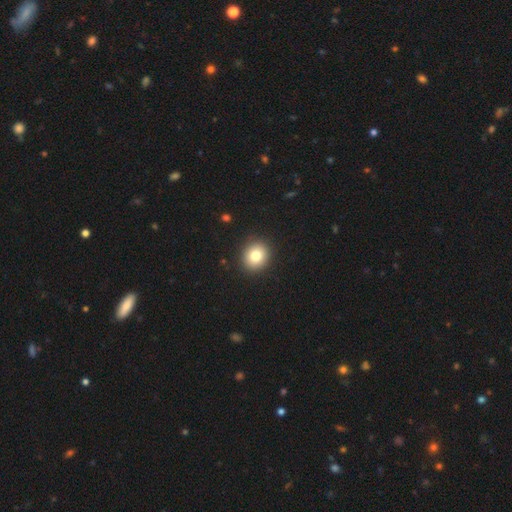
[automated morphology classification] smooth_or_featured: smooth (p=0.81) [alt: star or artifact p=0.10]
how_rounded: round (p=0.80) [alt: in between p=0.19]
merging: none (p=0.92) [alt: minor disturbance p=0.06]